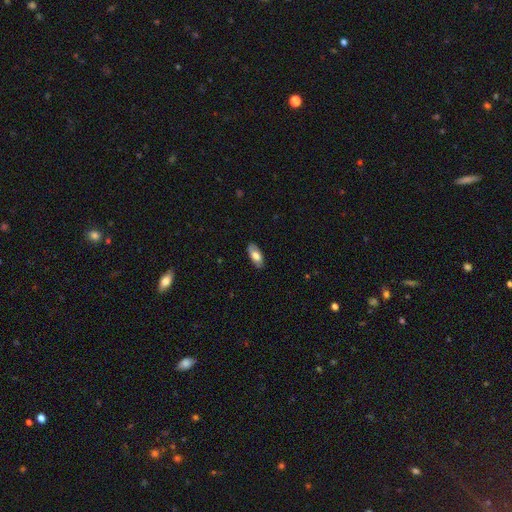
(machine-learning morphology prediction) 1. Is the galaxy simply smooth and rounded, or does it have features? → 67% smooth, 27% featured or disk, 6% star or artifact.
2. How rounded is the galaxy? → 88% in between, 9% cigar-shaped, 3% round.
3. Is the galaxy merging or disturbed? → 84% none, 12% minor disturbance, 2% major disturbance, 1% merger.